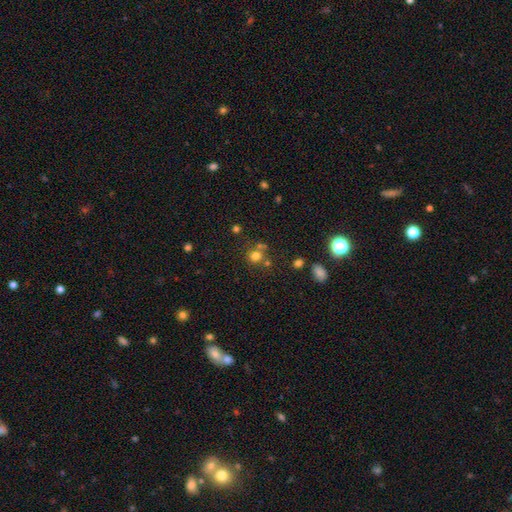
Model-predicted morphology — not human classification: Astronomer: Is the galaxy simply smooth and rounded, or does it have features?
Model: smooth — 73%.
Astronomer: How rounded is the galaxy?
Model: round — 87%.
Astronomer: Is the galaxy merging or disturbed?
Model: none — 61%.